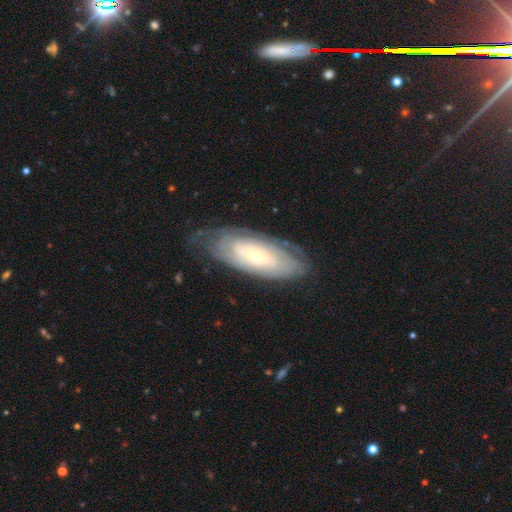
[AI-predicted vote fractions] smooth-or-featured: featured or disk: 71% | smooth: 23% | star or artifact: 6%
  disk-edge-on: no: 88% | yes: 12%
    bar: no: 81% | weak: 15% | strong: 5%
    has-spiral-arms: yes: 77% | no: 23%
    bulge-size: small: 70% | moderate: 26% | large: 2% | dominant: 1% | none: 1%
  merging: none: 71% | minor disturbance: 20% | major disturbance: 7% | merger: 1%